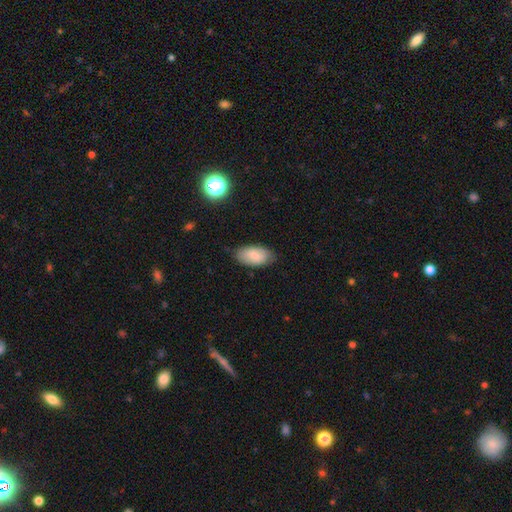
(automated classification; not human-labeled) This appears to be a smooth galaxy with no disk features (78%) that is in between round and cigar-shaped (94%). Merging: none (80%).